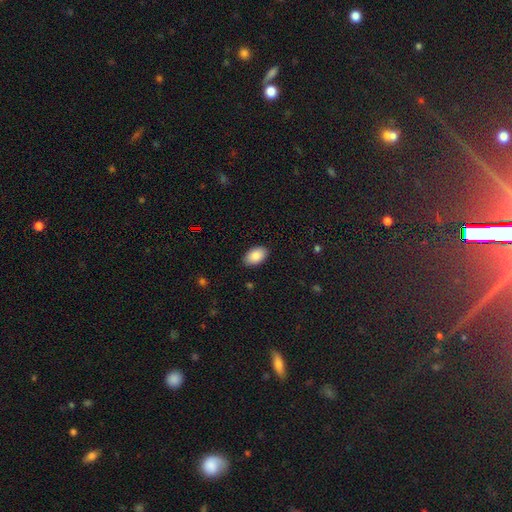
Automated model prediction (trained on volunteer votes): Smooth or featured?
  - smooth: 88% *
  - star or artifact: 7%
  - featured or disk: 5%
How rounded?
  - in between: 93% *
  - round: 6%
  - cigar-shaped: 1%
Merging?
  - none: 88% *
  - minor disturbance: 9%
  - major disturbance: 2%
  - merger: 1%